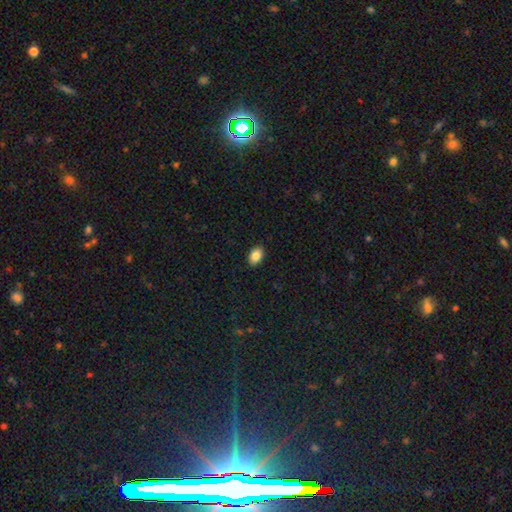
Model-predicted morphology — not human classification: type=smooth (87%); roundness=in between (85%); merging=none (90%).